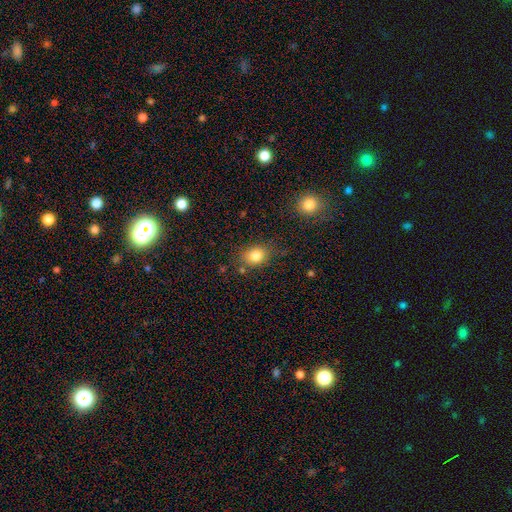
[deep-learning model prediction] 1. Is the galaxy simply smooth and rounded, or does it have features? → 83% smooth, 10% star or artifact, 7% featured or disk.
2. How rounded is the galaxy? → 57% in between, 41% round, 1% cigar-shaped.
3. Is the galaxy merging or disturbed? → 75% none, 16% minor disturbance, 5% major disturbance, 5% merger.